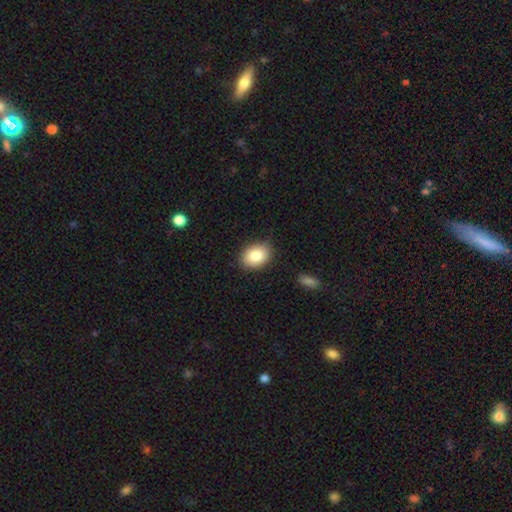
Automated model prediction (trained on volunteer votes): A smooth galaxy with no disk features (85%) that is in between round and cigar-shaped (78%).

Vote fractions:
- Smooth or featured? smooth: 85% / featured or disk: 8% / star or artifact: 7%
- How rounded? in between: 78% / round: 21% / cigar-shaped: 1%
- Merging? none: 86% / minor disturbance: 11% / major disturbance: 2% / merger: 1%